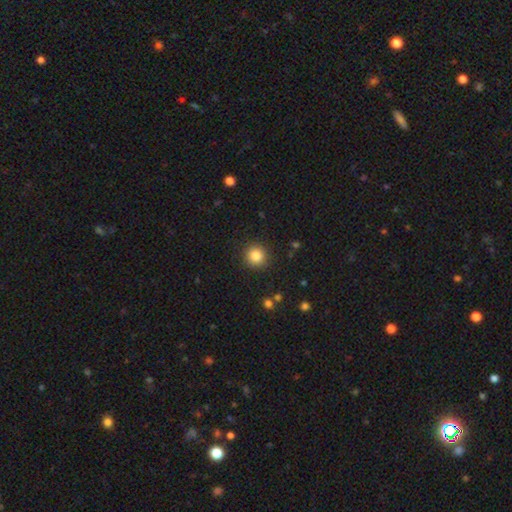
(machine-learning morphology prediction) This is clearly a smooth galaxy (85%). How rounded: clearly round (94%). Merging: clearly none (90%).